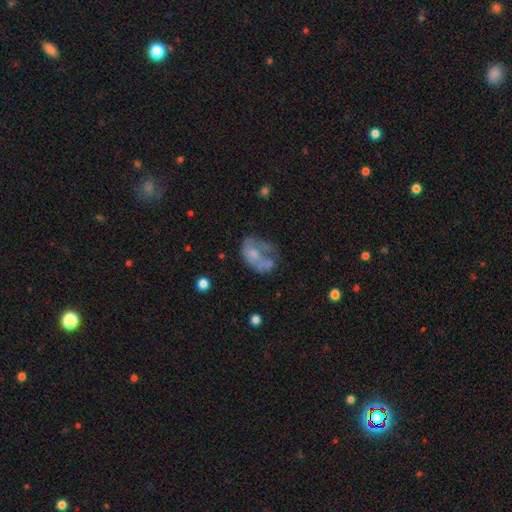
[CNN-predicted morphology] Q: Smooth or featured?
A: featured or disk (46%); runner-up: smooth (42%)
Q: Merging?
A: major disturbance (31%); runner-up: none (26%)